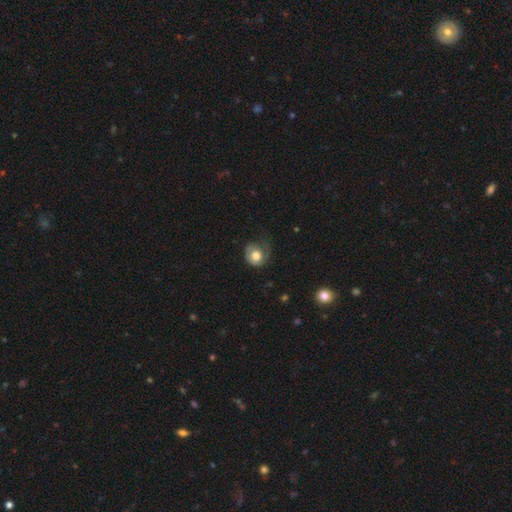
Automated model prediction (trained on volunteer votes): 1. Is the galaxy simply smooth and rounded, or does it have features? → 68% smooth, 25% featured or disk, 8% star or artifact.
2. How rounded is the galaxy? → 72% round, 27% in between, 1% cigar-shaped.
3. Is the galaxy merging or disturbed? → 39% none, 32% minor disturbance, 28% major disturbance, 2% merger.